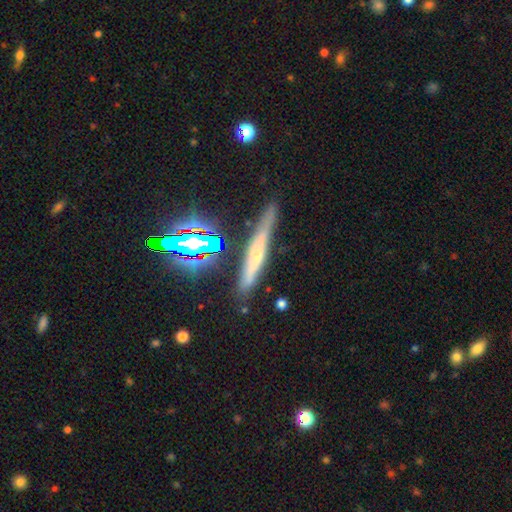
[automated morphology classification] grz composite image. It shows a featured or disk galaxy (47%). Merging: none (77%).